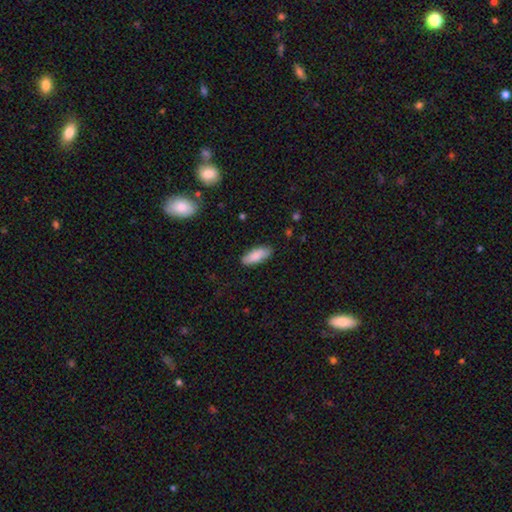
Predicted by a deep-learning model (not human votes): The model was most divided on "how rounded": in between: 75%, cigar-shaped: 24%, round: 2%. More confident: merging — none (87%); smooth or featured — smooth (86%).